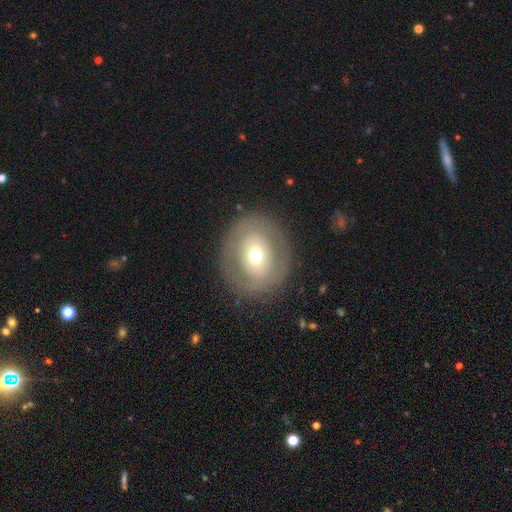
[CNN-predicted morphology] Smooth or featured? Predicted: smooth (p=0.48). Merging? Predicted: none (p=0.83).